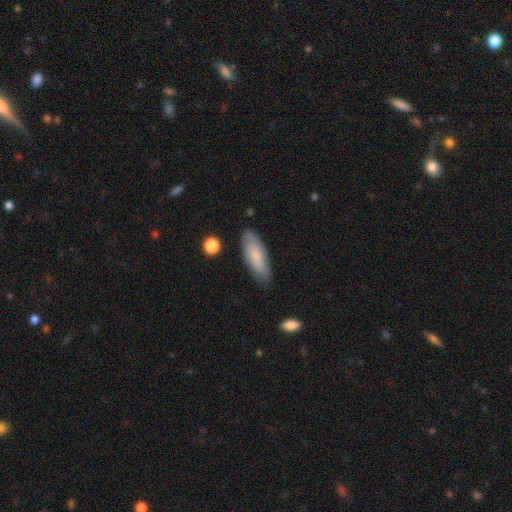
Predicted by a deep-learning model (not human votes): Overall: smooth (77%). How rounded: in between (65%; cigar-shaped 33%). Merging: none (82%).